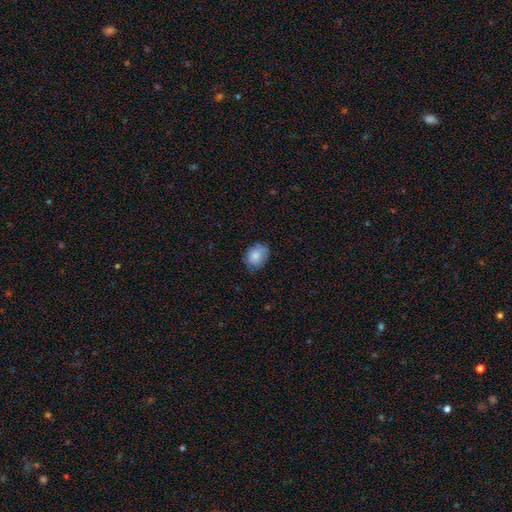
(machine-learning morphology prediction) Overall: smooth (83%). How rounded: in between (54%; round 45%). Merging: none (70%).